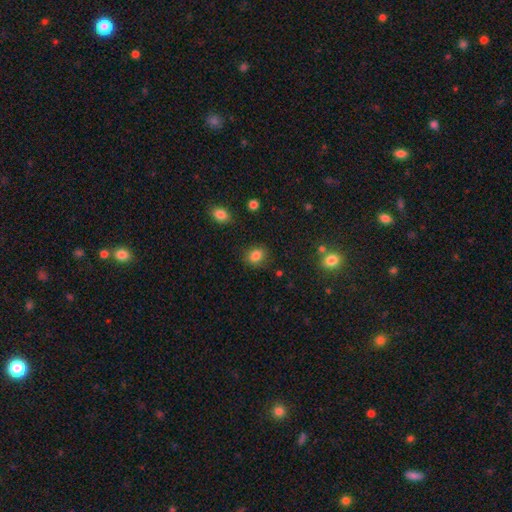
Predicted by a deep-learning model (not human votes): Smooth or featured? Predicted: smooth (p=0.84). How rounded? Predicted: round (p=0.58). Merging? Predicted: none (p=0.84).